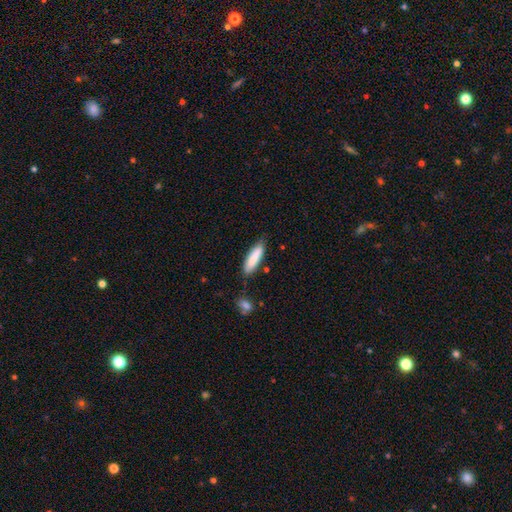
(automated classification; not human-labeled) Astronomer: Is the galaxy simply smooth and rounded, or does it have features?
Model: smooth — 85%.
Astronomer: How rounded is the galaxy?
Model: cigar-shaped — 67%.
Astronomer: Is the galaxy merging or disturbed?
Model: none — 80%.